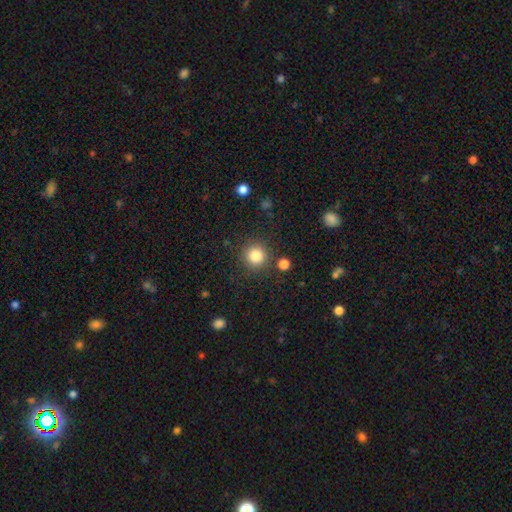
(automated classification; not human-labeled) smooth 84%, star or artifact 11%, featured or disk 5%. Down the decision tree: how rounded — round (94%); merging — none (86%).